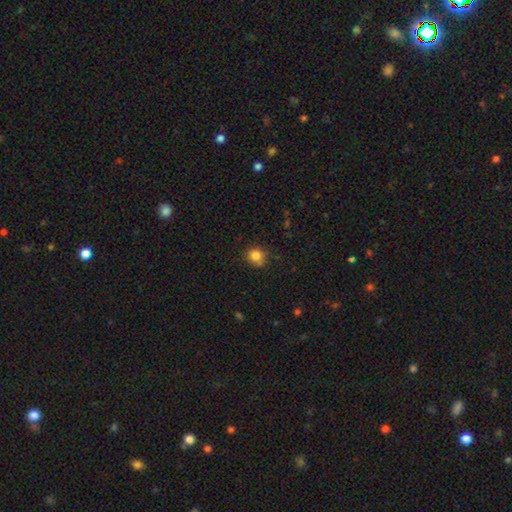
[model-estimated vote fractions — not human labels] A smooth galaxy with no disk features (83%) that is round (87%).

Vote fractions:
- Smooth or featured? smooth: 83% / star or artifact: 11% / featured or disk: 5%
- How rounded? round: 87% / in between: 12% / cigar-shaped: 1%
- Merging? none: 78% / minor disturbance: 17% / major disturbance: 3% / merger: 2%